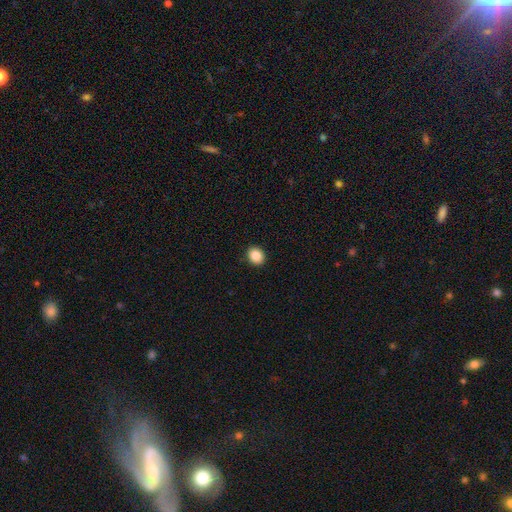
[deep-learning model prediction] Smooth or featured: smooth — 88% (star or artifact — 9%)
How rounded: round — 60% (in between — 40%)
Merging: none — 91% (minor disturbance — 6%)